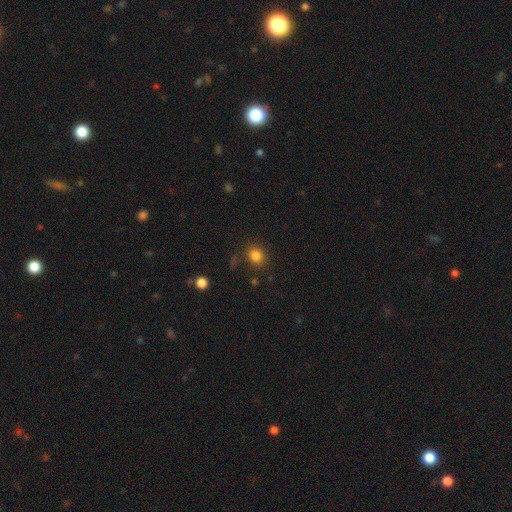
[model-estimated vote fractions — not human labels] smooth-or-featured: smooth: 83% | star or artifact: 13% | featured or disk: 5%
  how-rounded: round: 74% | in between: 25% | cigar-shaped: 1%
  merging: none: 82% | minor disturbance: 11% | major disturbance: 4% | merger: 3%